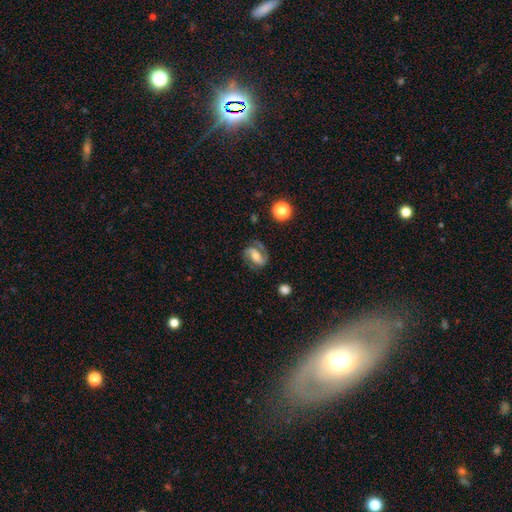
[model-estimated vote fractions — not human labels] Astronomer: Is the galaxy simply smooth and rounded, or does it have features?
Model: featured or disk — 78%.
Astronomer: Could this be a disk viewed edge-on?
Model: no — 96%.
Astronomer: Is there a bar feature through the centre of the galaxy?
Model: strong — 40% (runner-up: weak, 36%).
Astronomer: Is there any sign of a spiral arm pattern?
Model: yes — 95%.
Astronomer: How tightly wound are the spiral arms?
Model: medium — 49% (runner-up: loose, 28%).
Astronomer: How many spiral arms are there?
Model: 2 — 86%.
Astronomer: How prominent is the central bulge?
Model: moderate — 54% (runner-up: small, 29%).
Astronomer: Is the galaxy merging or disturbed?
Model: none — 73%.